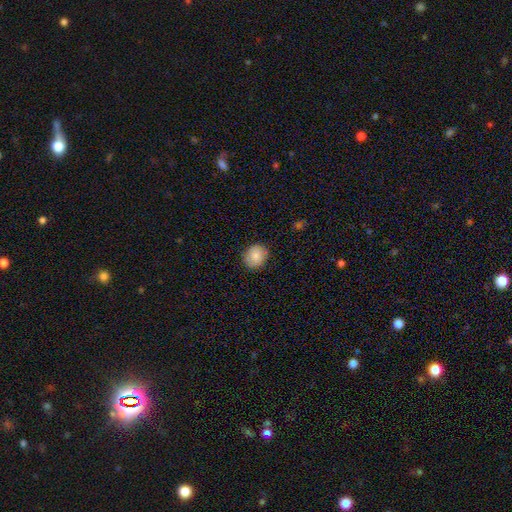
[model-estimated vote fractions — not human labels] A smooth galaxy with no disk features (83%) that is round (74%). Merging: none (87%).